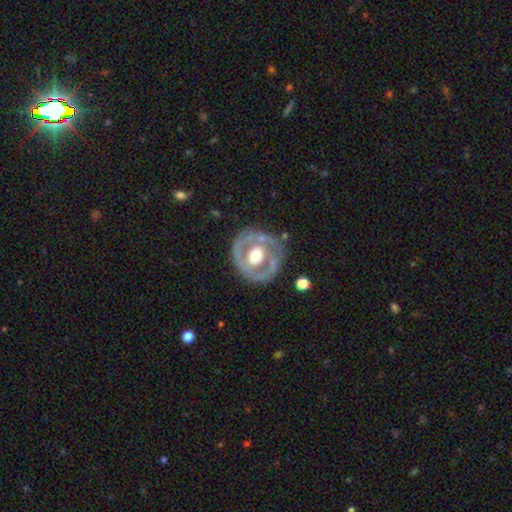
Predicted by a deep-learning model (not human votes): The model was most divided on "bulge size": moderate: 55%, large: 36%, small: 6%, dominant: 3%, none: 1%. More confident: edge-on disk — no (96%); bar — no (77%); spiral arms — no (73%); merging — none (71%); smooth or featured — featured or disk (66%).